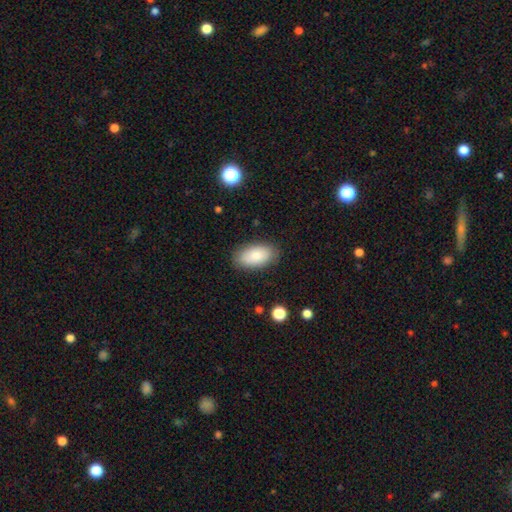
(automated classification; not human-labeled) smooth 83%, featured or disk 10%, star or artifact 7%. Down the decision tree: how rounded — in between (94%); merging — none (84%).